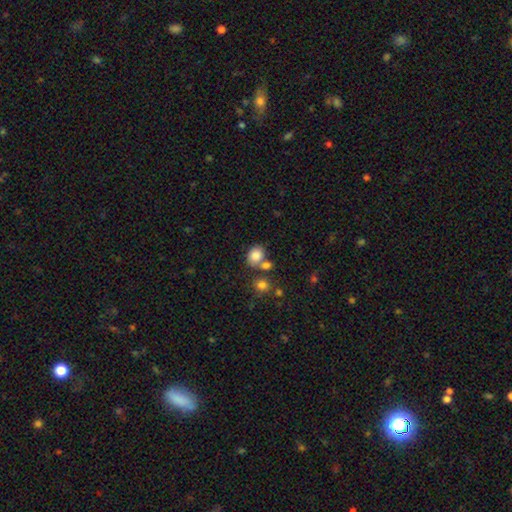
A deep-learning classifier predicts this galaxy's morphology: type=smooth (82%); roundness=round (55%); merging=none (56%).